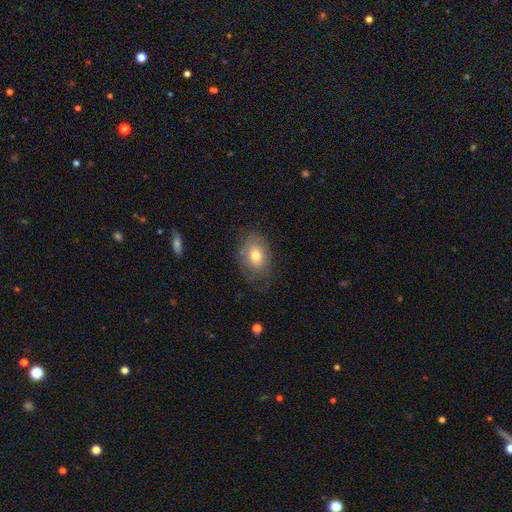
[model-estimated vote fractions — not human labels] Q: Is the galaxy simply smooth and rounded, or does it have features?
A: smooth — 72%.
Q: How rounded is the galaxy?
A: in between — 76%.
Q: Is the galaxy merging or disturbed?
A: none — 66%.